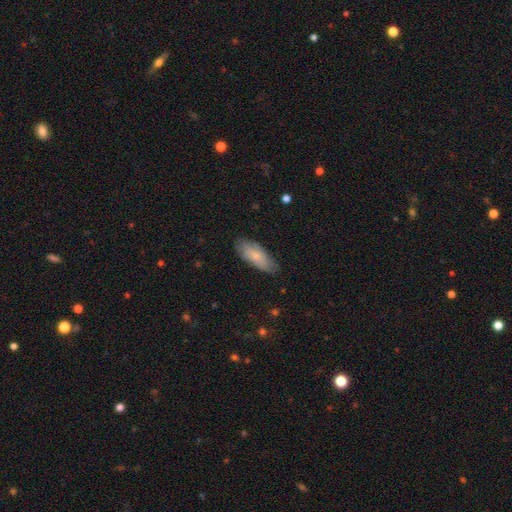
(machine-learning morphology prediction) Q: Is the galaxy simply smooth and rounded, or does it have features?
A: smooth — 71%.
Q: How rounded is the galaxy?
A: in between — 77%.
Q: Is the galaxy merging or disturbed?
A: none — 77%.